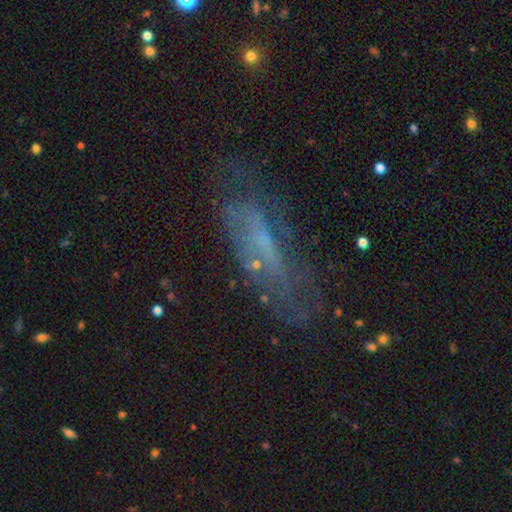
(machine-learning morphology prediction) featured or disk 55%, smooth 28%, star or artifact 17%. Down the decision tree: edge-on disk — no (71%); merging — none (59%).